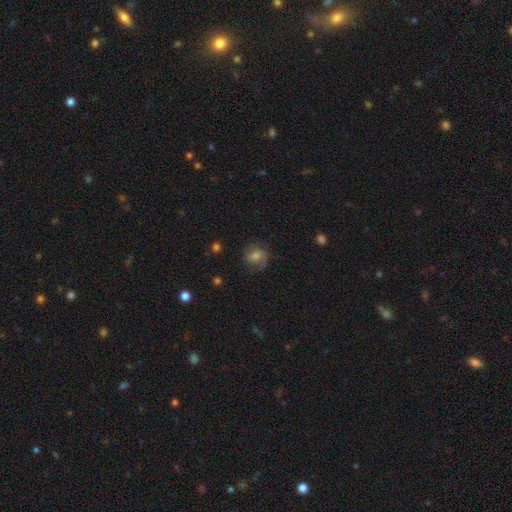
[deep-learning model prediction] Overall: smooth (48%; featured or disk 38%). Merging: none (70%).